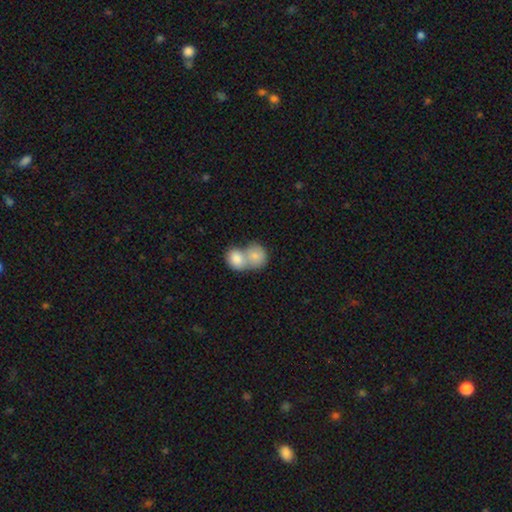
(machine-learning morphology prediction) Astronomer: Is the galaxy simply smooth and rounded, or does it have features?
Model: smooth — 80%.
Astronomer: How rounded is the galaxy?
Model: round — 67%.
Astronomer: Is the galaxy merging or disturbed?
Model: merger — 76%.